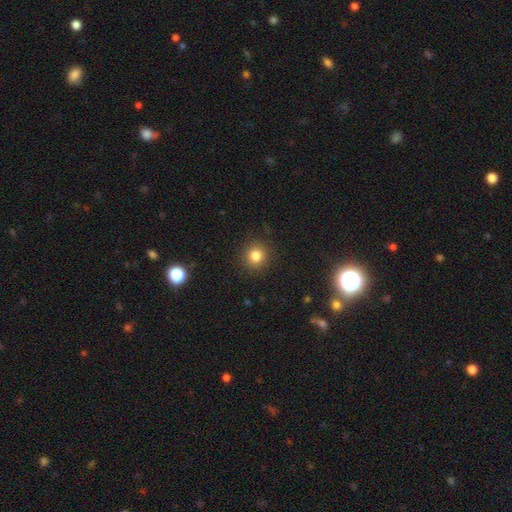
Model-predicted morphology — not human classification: Overall: smooth (82%). How rounded: round (91%). Merging: none (90%).